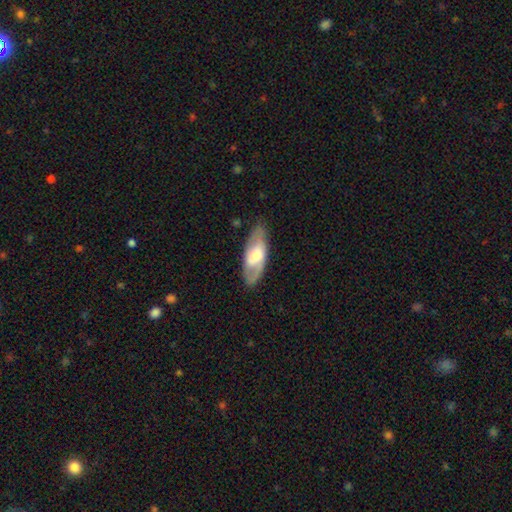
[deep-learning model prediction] Overall: featured or disk (56%; smooth 39%). Edge-on disk: no (81%). Merging: none (80%).